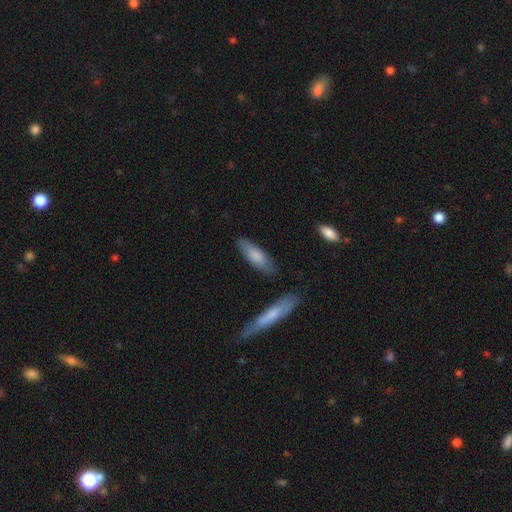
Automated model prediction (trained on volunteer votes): The model was most divided on "how rounded": cigar-shaped: 51%, in between: 48%, round: 2%. More confident: smooth or featured — smooth (78%); merging — none (78%).